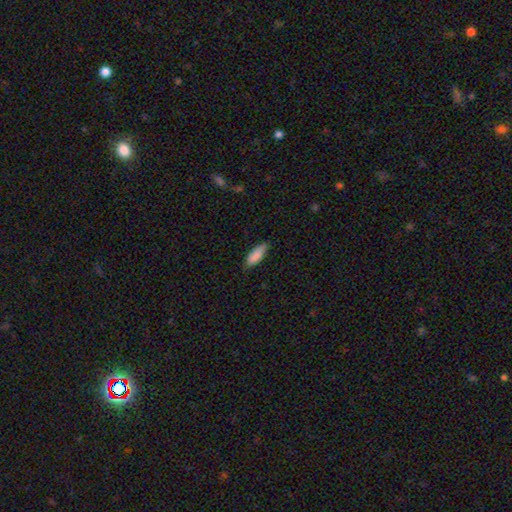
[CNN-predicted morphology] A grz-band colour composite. It shows a smooth galaxy with no disk features (87%) that is in between round and cigar-shaped (66%). Merging: none (75%).